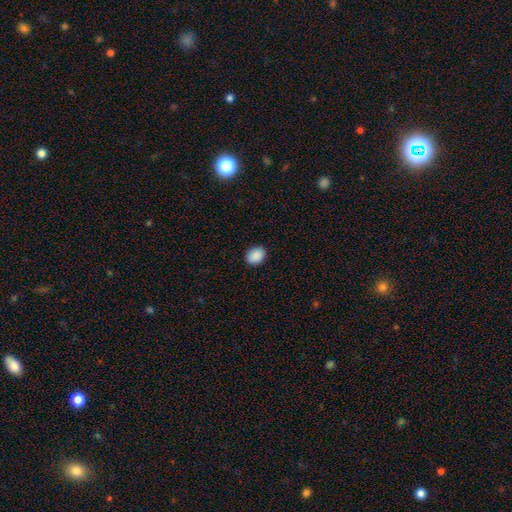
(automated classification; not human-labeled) A smooth galaxy with no disk features (90%) that is in between round and cigar-shaped (61%). Merging: none (89%).